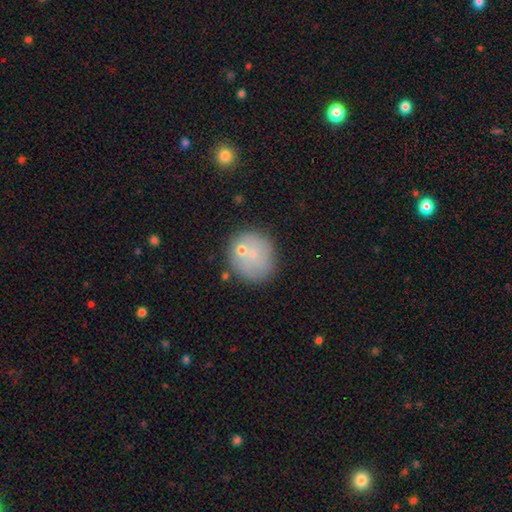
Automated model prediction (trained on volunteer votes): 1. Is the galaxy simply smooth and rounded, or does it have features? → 66% smooth, 23% featured or disk, 11% star or artifact.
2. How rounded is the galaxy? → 87% round, 12% in between, 1% cigar-shaped.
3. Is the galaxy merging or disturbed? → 63% none, 18% merger, 13% minor disturbance, 5% major disturbance.